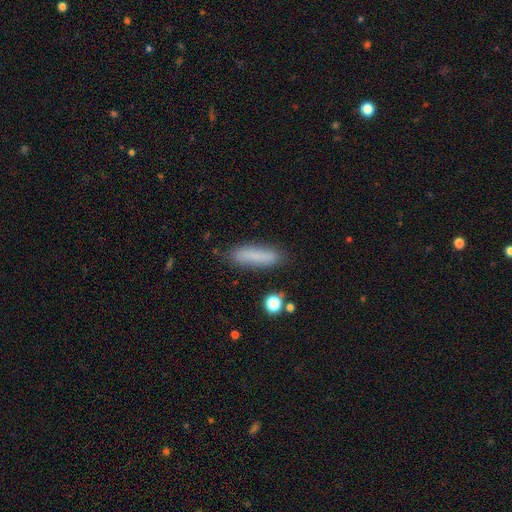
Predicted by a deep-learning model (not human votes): smooth_or_featured: smooth (p=0.81) [alt: featured or disk p=0.11]
how_rounded: cigar-shaped (p=0.72) [alt: in between p=0.26]
merging: none (p=0.82) [alt: minor disturbance p=0.12]